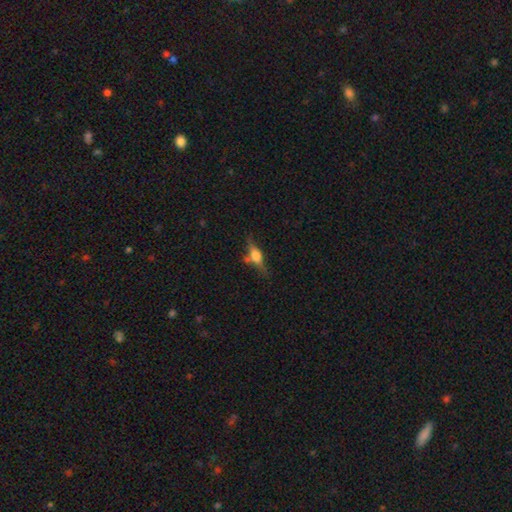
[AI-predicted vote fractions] Smooth or featured: featured or disk — 57% (smooth — 35%)
Edge-on disk: yes — 92% (no — 8%)
Edge-on bulge: rounded — 89% (boxy — 9%)
Merging: none — 66% (minor disturbance — 18%)